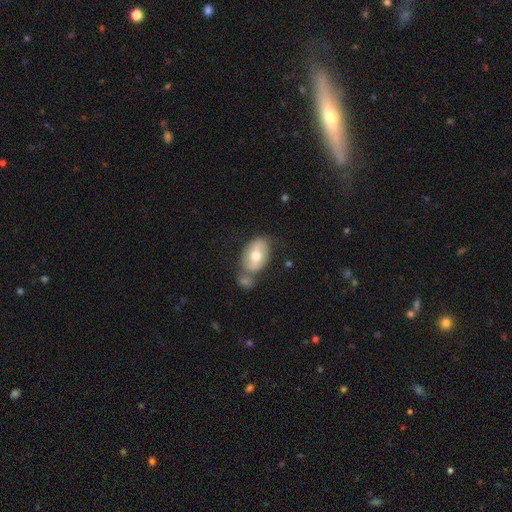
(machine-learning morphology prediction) Smooth or featured? smooth (52%)
How rounded? in between (84%)
Merging? none (47%)